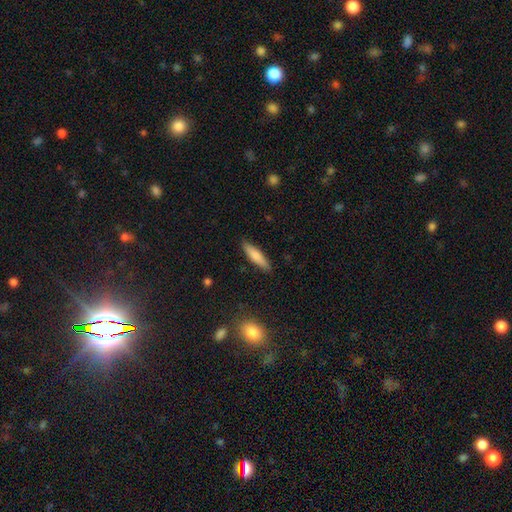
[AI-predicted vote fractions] Overall: smooth (75%). How rounded: cigar-shaped (75%). Merging: none (88%).